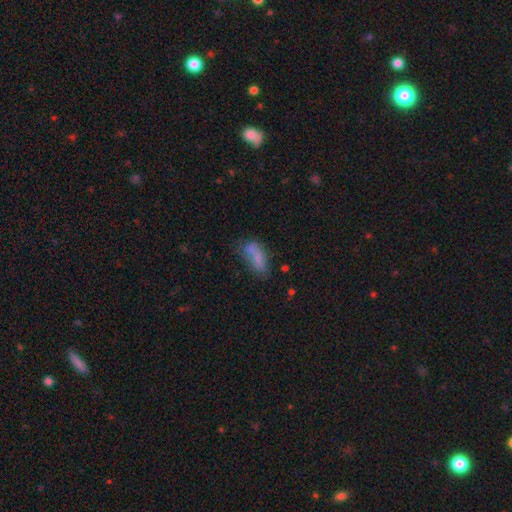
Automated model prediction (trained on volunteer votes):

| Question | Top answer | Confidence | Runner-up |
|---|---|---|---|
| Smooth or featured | smooth | 65% | featured or disk (23%) |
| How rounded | in between | 72% | cigar-shaped (24%) |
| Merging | none | 39% | minor disturbance (26%) |